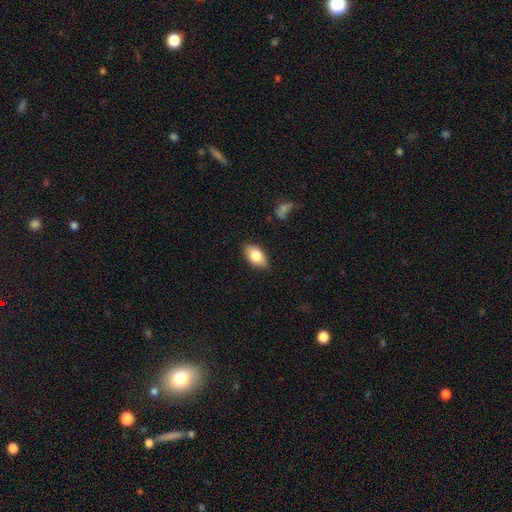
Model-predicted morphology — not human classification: smooth-or-featured: smooth: 81% | featured or disk: 13% | star or artifact: 7%
  how-rounded: in between: 92% | round: 5% | cigar-shaped: 3%
  merging: none: 86% | minor disturbance: 11% | major disturbance: 2% | merger: 1%